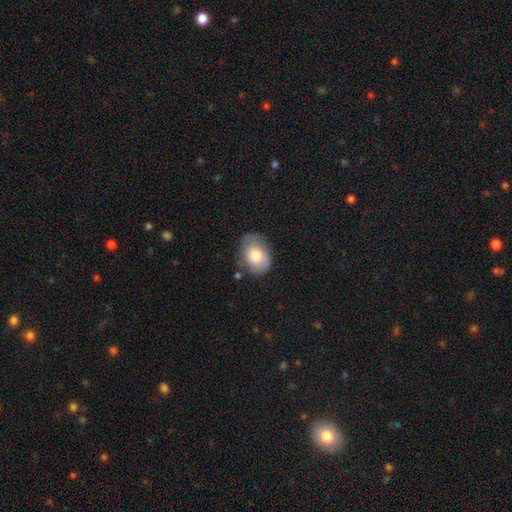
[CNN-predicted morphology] smooth 80%, featured or disk 14%, star or artifact 6%. Down the decision tree: how rounded — in between (79%); merging — none (65%).